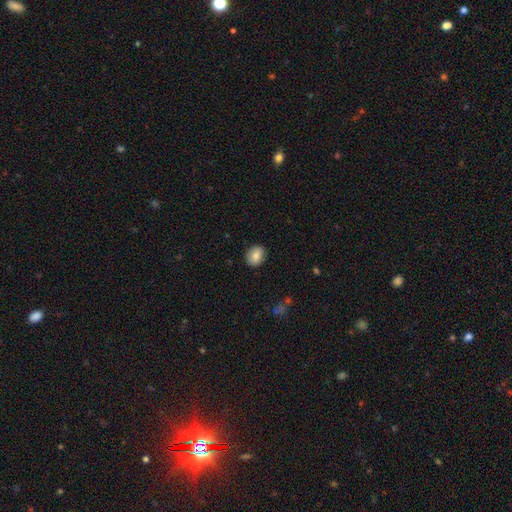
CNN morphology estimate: Overall: smooth (83%). How rounded: round (50%; in between 49%). Merging: none (87%).